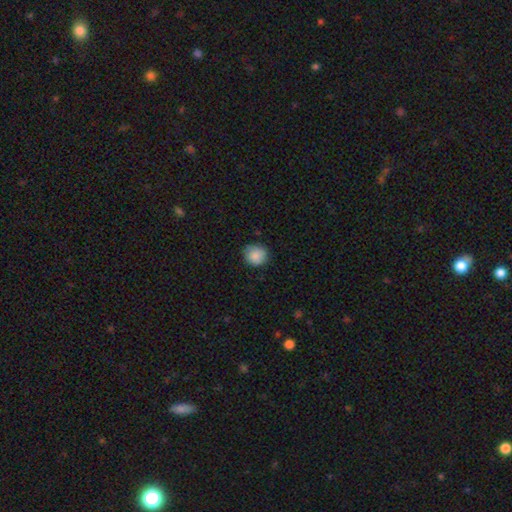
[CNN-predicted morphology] smooth_or_featured: smooth (p=0.87) [alt: star or artifact p=0.08]
how_rounded: round (p=0.87) [alt: in between p=0.12]
merging: none (p=0.82) [alt: minor disturbance p=0.15]